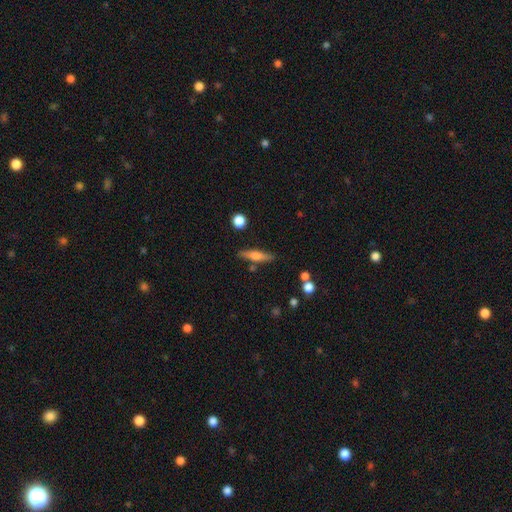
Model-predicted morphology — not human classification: This is possibly a smooth galaxy (52%). How rounded: likely cigar-shaped (78%). Merging: clearly none (83%).